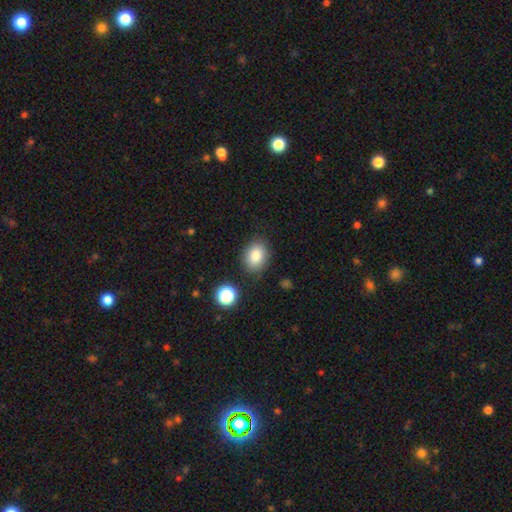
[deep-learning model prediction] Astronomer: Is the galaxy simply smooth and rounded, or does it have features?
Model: smooth — 84%.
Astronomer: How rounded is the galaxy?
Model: in between — 65%.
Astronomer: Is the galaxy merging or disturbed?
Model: none — 83%.